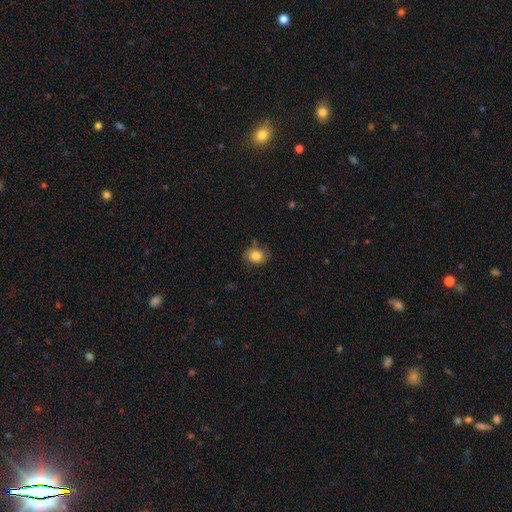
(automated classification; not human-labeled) smooth-or-featured: smooth: 83% | star or artifact: 9% | featured or disk: 8%
  how-rounded: round: 52% | in between: 47% | cigar-shaped: 1%
  merging: none: 72% | minor disturbance: 20% | major disturbance: 5% | merger: 3%